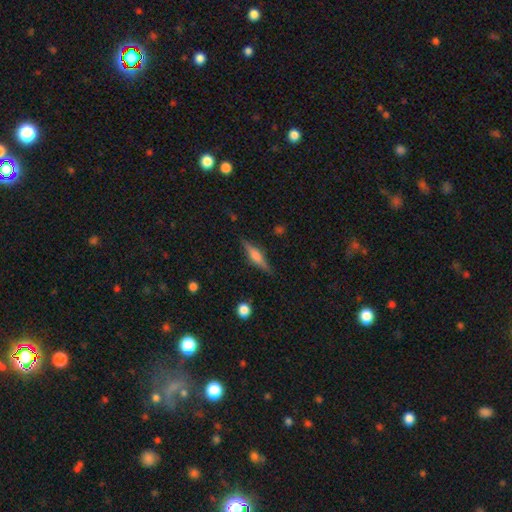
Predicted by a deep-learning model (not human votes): Smooth or featured? featured or disk (61%)
Edge-on disk? yes (97%)
Edge-on bulge? rounded (71%)
Merging? none (86%)